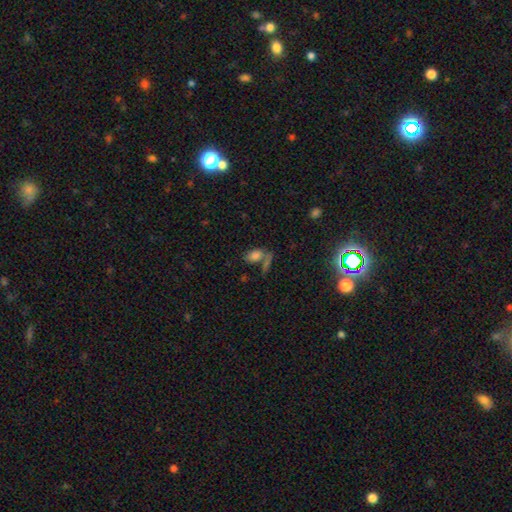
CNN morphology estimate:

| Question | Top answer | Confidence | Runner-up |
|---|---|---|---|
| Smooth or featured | smooth | 76% | star or artifact (14%) |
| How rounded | in between | 88% | round (8%) |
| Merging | none | 42% | merger (37%) |